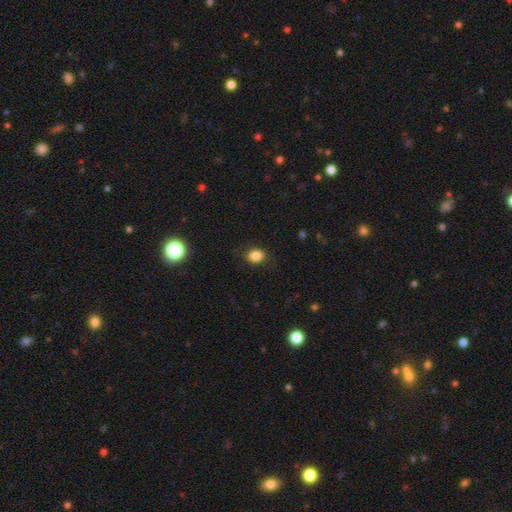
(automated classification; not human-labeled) Smooth or featured? smooth (84%)
How rounded? in between (56%)
Merging? none (81%)